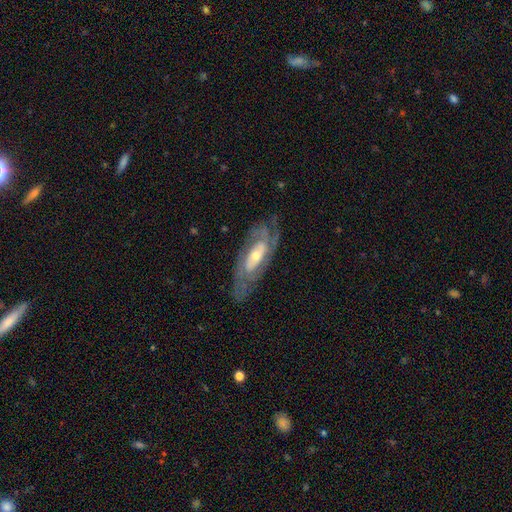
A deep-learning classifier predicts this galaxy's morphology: Smooth or featured? Predicted: featured or disk (p=0.82). Edge-on disk? Predicted: no (p=0.87). Bar? Predicted: no (p=0.52). Spiral arms? Predicted: yes (p=0.88). Spiral winding? Predicted: tight (p=0.56). Spiral arm count? Predicted: 2 (p=0.41). Bulge size? Predicted: moderate (p=0.50). Merging? Predicted: none (p=0.72).